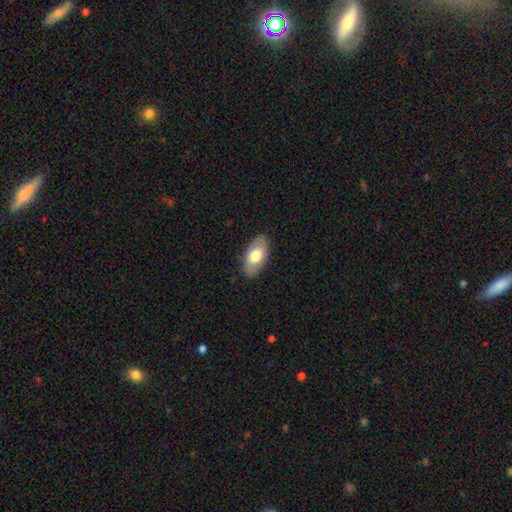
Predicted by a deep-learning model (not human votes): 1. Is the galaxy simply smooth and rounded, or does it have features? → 63% smooth, 31% featured or disk, 6% star or artifact.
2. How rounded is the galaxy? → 93% in between, 4% cigar-shaped, 4% round.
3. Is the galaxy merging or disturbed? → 85% none, 11% minor disturbance, 3% major disturbance, 1% merger.